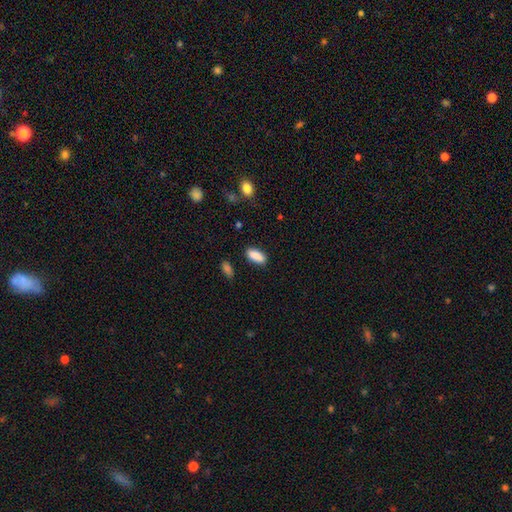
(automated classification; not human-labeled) Smooth or featured?
  - smooth: 88% *
  - star or artifact: 7%
  - featured or disk: 5%
How rounded?
  - in between: 83% *
  - cigar-shaped: 15%
  - round: 2%
Merging?
  - none: 85% *
  - minor disturbance: 10%
  - major disturbance: 2%
  - merger: 2%